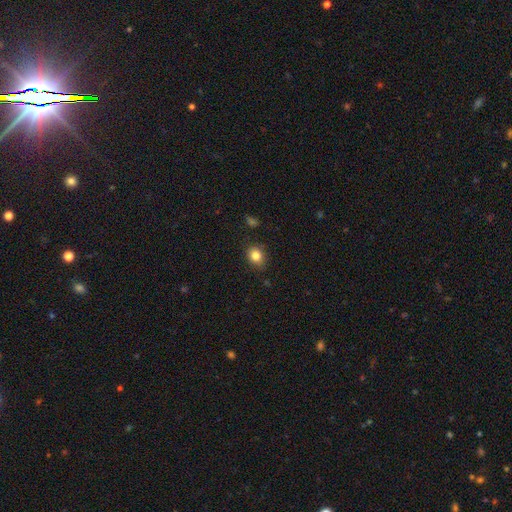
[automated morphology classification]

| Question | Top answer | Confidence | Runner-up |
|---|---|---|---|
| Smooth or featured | smooth | 83% | star or artifact (10%) |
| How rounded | round | 53% | in between (46%) |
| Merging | none | 83% | minor disturbance (13%) |